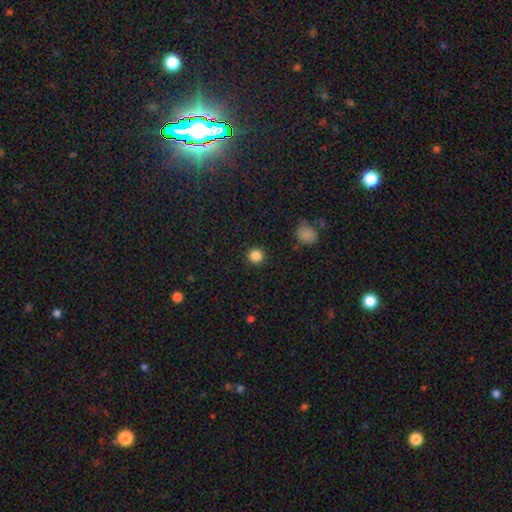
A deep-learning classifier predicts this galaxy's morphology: Smooth or featured? Predicted: smooth (p=0.85). How rounded? Predicted: round (p=0.95). Merging? Predicted: none (p=0.92).